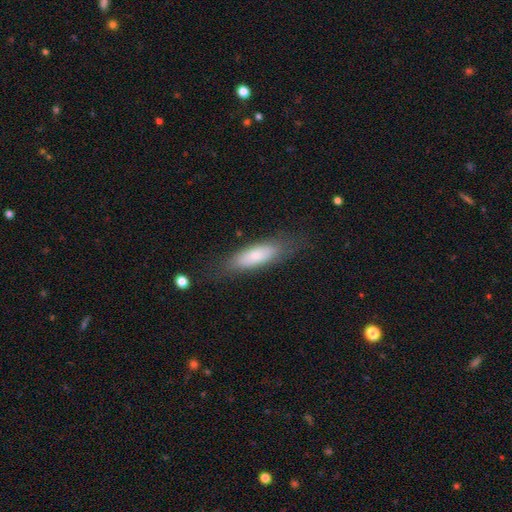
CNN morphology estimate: A smooth galaxy with no disk features (73%) that is in between round and cigar-shaped (50%). Merging: none (73%).